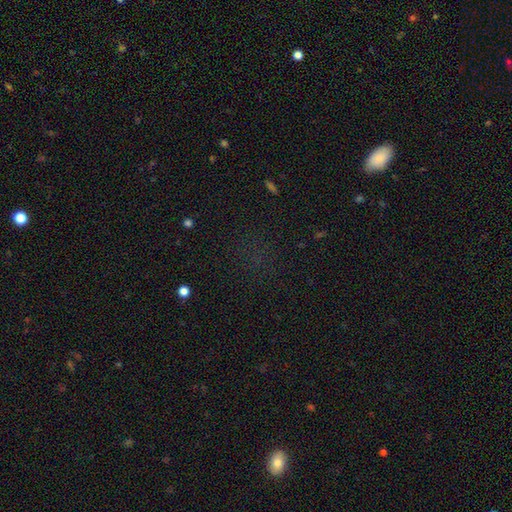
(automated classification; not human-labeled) This is possibly a star or artifact rather than a galaxy (58%).